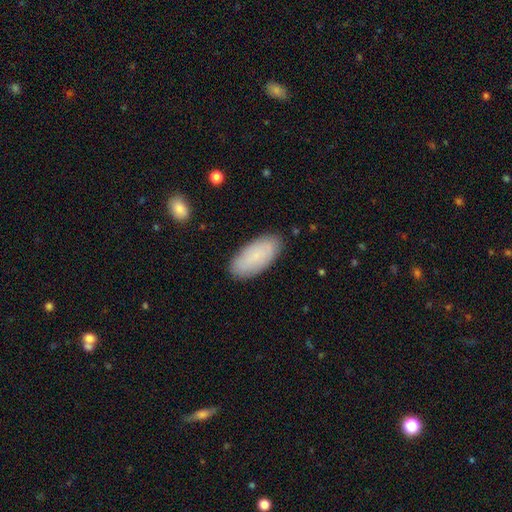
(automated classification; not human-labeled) This is likely a smooth galaxy (79%). How rounded: clearly in between (91%). Merging: clearly none (86%).